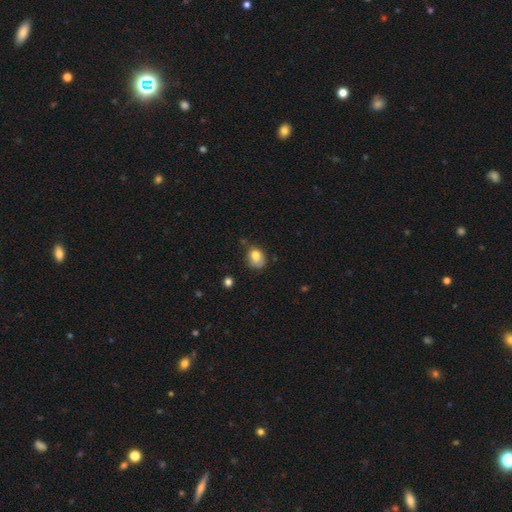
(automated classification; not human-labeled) Overall: smooth (76%). How rounded: in between (56%; round 43%). Merging: none (46%; minor disturbance 36%).